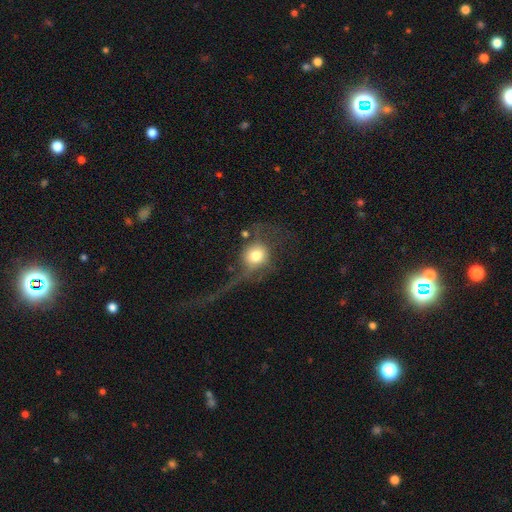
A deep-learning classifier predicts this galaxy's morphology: Q: Smooth or featured?
A: smooth (56%); runner-up: featured or disk (34%)
Q: How rounded?
A: round (77%); runner-up: in between (20%)
Q: Merging?
A: major disturbance (47%); runner-up: none (32%)